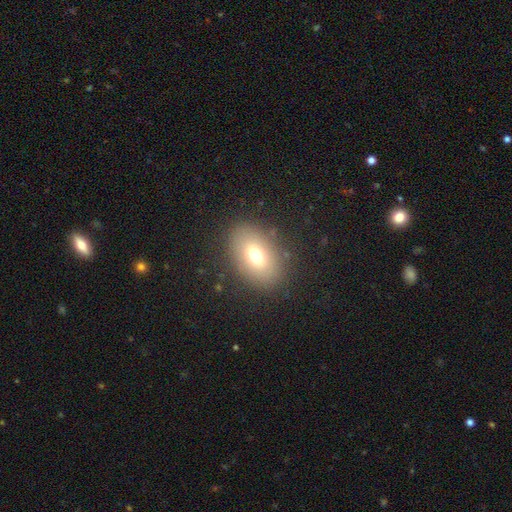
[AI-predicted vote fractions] Smooth or featured? Predicted: smooth (p=0.70). How rounded? Predicted: in between (p=0.79). Merging? Predicted: none (p=0.84).